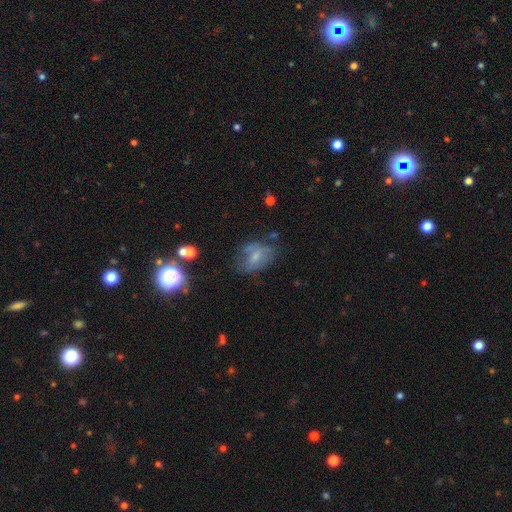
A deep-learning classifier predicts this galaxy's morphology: A smooth galaxy with no disk features (49%).

Vote fractions:
- Smooth or featured? smooth: 49% / featured or disk: 38% / star or artifact: 13%
- Merging? none: 41% / minor disturbance: 29% / major disturbance: 25% / merger: 5%